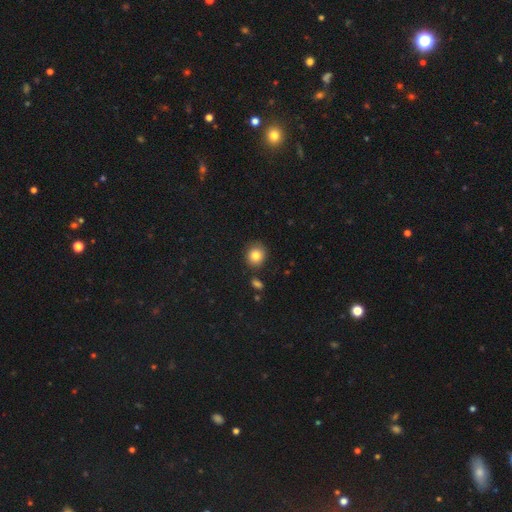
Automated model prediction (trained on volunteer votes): Smooth or featured: smooth — 83% (star or artifact — 10%)
How rounded: round — 83% (in between — 16%)
Merging: none — 83% (minor disturbance — 11%)